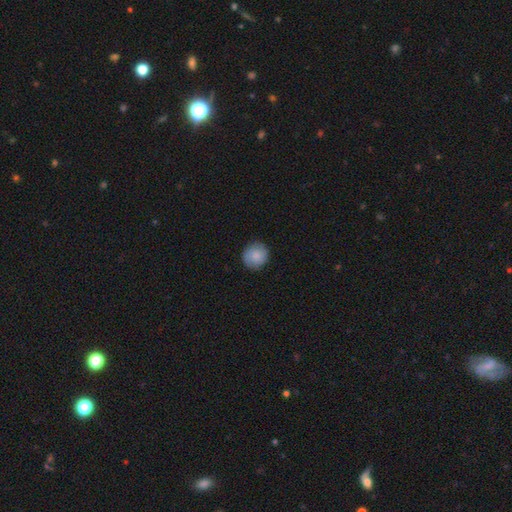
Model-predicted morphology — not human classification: smooth-or-featured: smooth: 82% | featured or disk: 11% | star or artifact: 7%
  how-rounded: round: 90% | in between: 9% | cigar-shaped: 1%
  merging: none: 87% | minor disturbance: 10% | major disturbance: 2% | merger: 1%